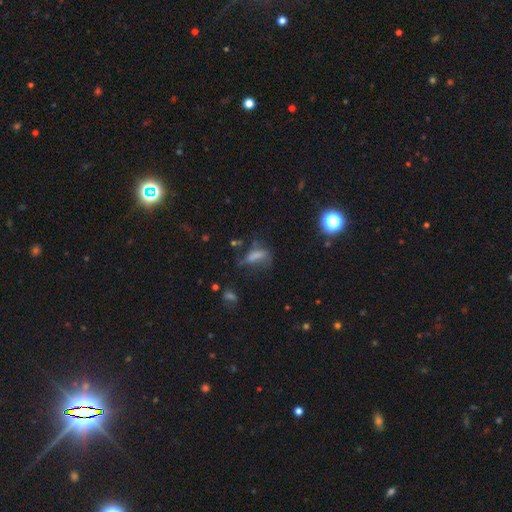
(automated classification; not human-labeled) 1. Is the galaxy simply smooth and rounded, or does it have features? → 56% smooth, 26% featured or disk, 18% star or artifact.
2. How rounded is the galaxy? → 64% in between, 30% cigar-shaped, 7% round.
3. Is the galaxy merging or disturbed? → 39% major disturbance, 30% none, 24% minor disturbance, 7% merger.